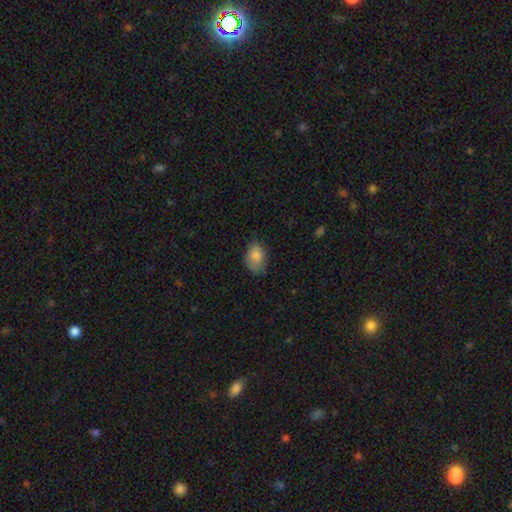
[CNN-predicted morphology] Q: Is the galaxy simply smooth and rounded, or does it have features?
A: smooth — 83%.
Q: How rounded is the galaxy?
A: in between — 80%.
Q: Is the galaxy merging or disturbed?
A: none — 61%.